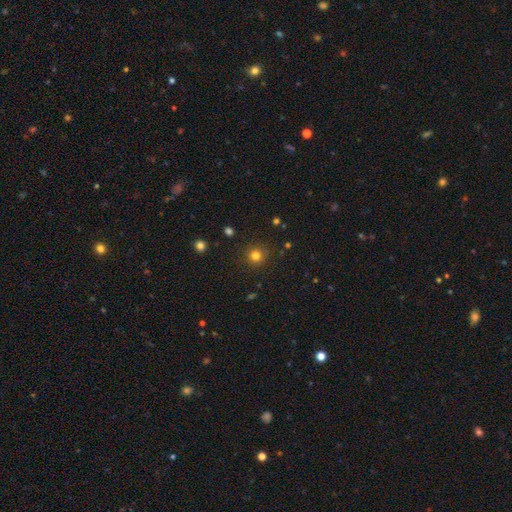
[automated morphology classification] A smooth galaxy with no disk features (80%) that is round (94%). Merging: none (90%).